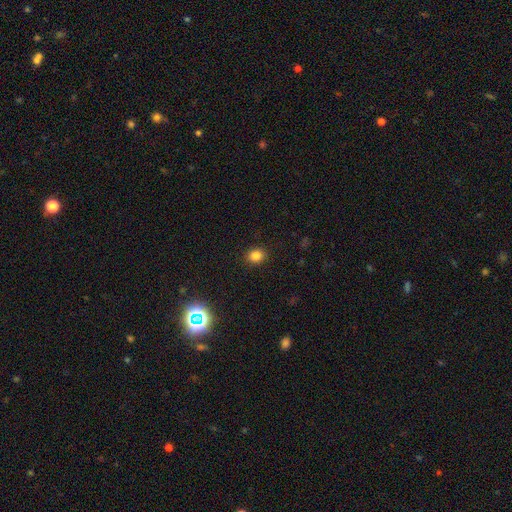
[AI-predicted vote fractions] A smooth galaxy with no disk features (82%) that is round (68%).

Vote fractions:
- Smooth or featured? smooth: 82% / star or artifact: 14% / featured or disk: 5%
- How rounded? round: 68% / in between: 31% / cigar-shaped: 1%
- Merging? none: 90% / minor disturbance: 7% / major disturbance: 2% / merger: 1%